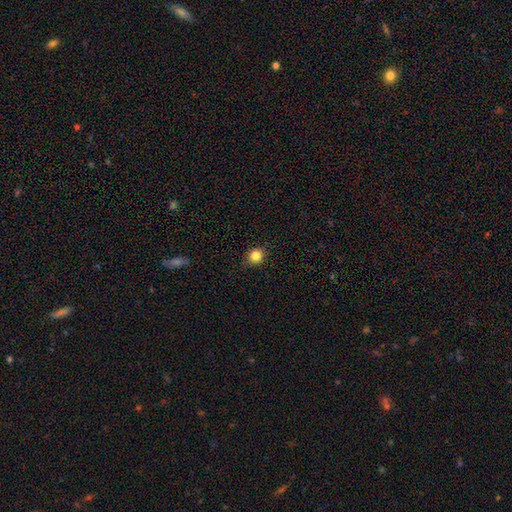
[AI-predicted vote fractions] smooth 84%, star or artifact 11%, featured or disk 5%. Down the decision tree: how rounded — round (83%); merging — none (88%).